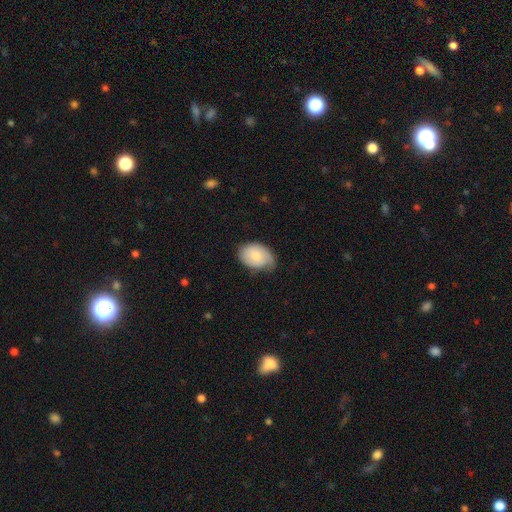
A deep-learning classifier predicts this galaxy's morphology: Smooth or featured: smooth — 74% (featured or disk — 20%)
How rounded: in between — 81% (round — 18%)
Merging: none — 50% (minor disturbance — 40%)